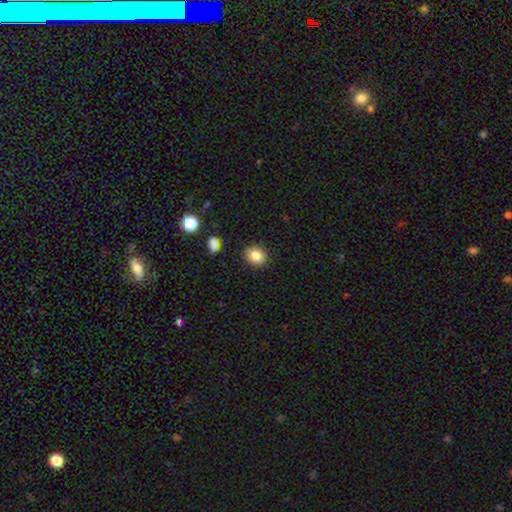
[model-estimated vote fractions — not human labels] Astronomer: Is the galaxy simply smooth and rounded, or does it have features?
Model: smooth — 84%.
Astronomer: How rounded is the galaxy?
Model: round — 65%.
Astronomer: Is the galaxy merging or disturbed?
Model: none — 89%.